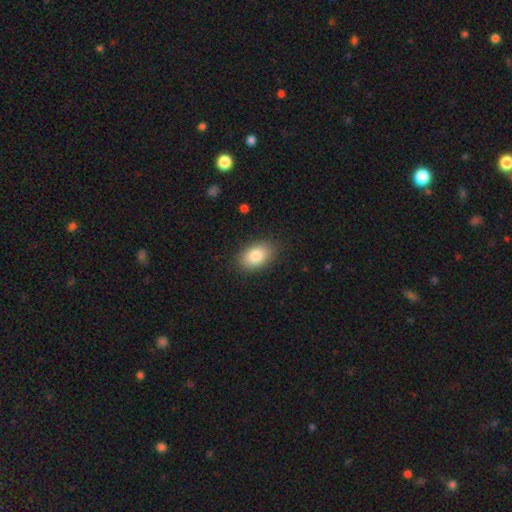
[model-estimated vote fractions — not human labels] Smooth or featured?
  - smooth: 84% *
  - featured or disk: 9%
  - star or artifact: 7%
How rounded?
  - in between: 89% *
  - round: 10%
  - cigar-shaped: 1%
Merging?
  - none: 87% *
  - minor disturbance: 10%
  - major disturbance: 3%
  - merger: 1%